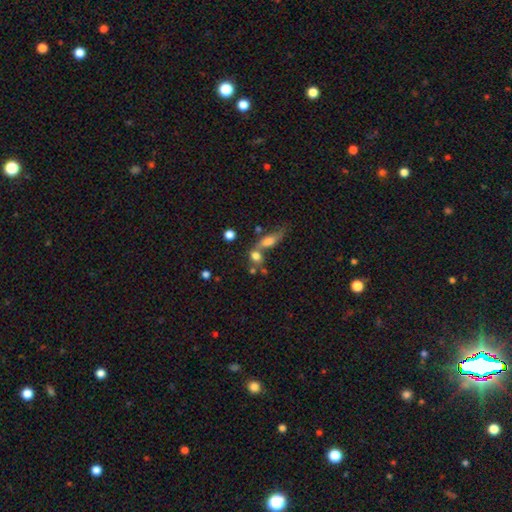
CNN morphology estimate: Smooth or featured? smooth (72%)
How rounded? in between (49%)
Merging? merger (52%)